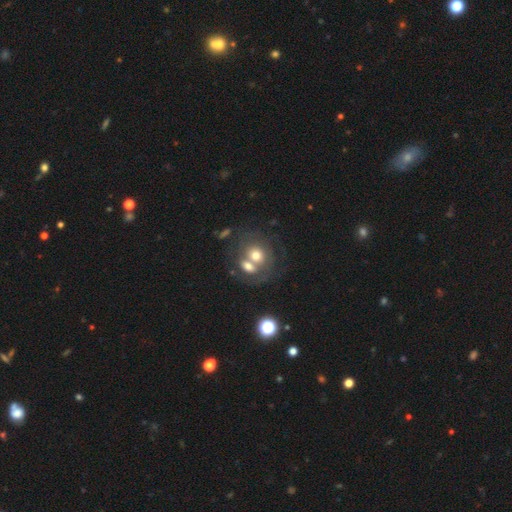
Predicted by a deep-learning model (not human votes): A smooth galaxy with no disk features (56%) that is round (65%).

Vote fractions:
- Smooth or featured? smooth: 56% / featured or disk: 34% / star or artifact: 10%
- How rounded? round: 65% / in between: 34% / cigar-shaped: 1%
- Merging? merger: 62% / none: 24% / minor disturbance: 8% / major disturbance: 6%